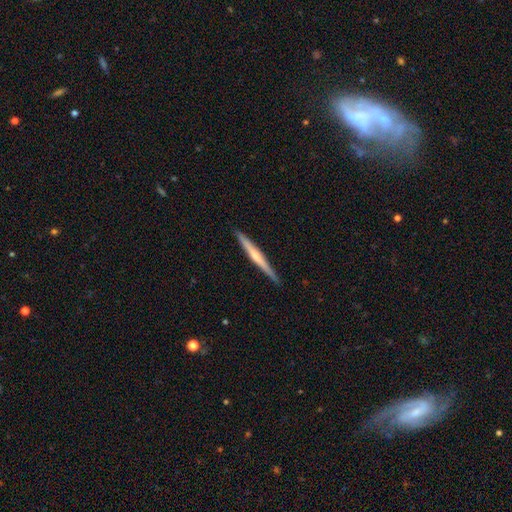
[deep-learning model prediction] Smooth or featured? featured or disk (62%)
Edge-on disk? yes (98%)
Edge-on bulge? rounded (61%)
Merging? none (90%)